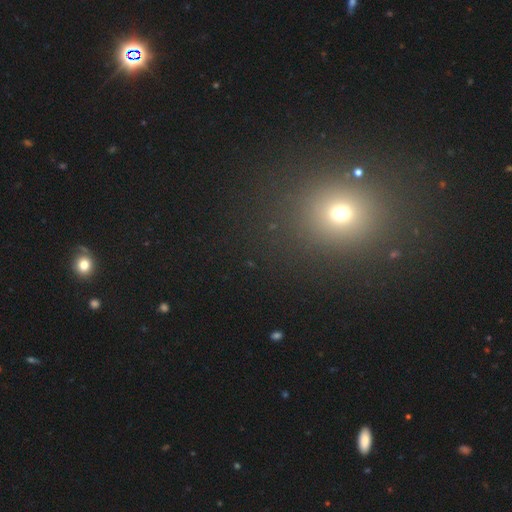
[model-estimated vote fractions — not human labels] Morphology: type=smooth (54%); roundness=round (75%); merging=none (89%).